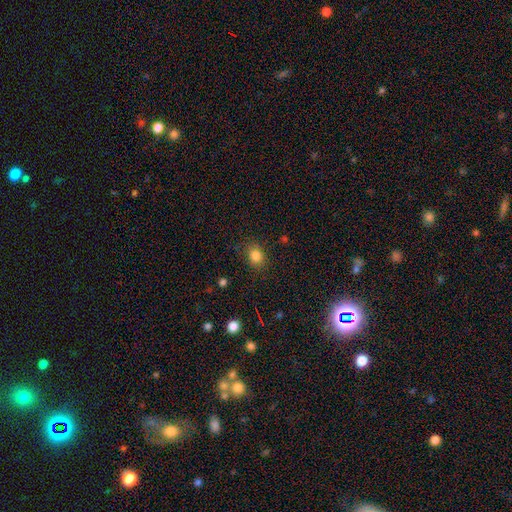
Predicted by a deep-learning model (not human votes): smooth_or_featured: smooth (p=0.83) [alt: star or artifact p=0.12]
how_rounded: round (p=0.57) [alt: in between p=0.42]
merging: none (p=0.82) [alt: minor disturbance p=0.13]